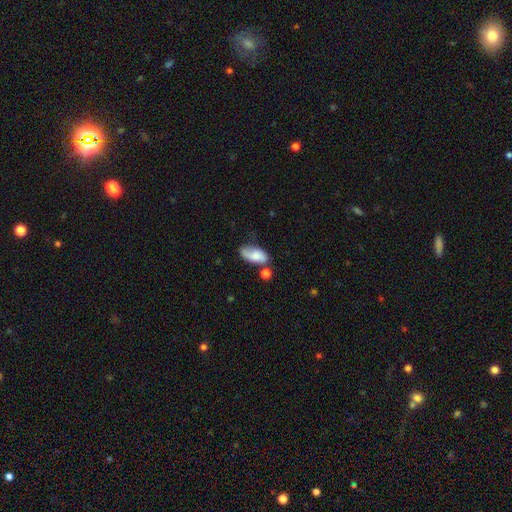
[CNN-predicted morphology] Overall: smooth (73%). How rounded: in between (89%). Merging: none (46%; minor disturbance 29%).